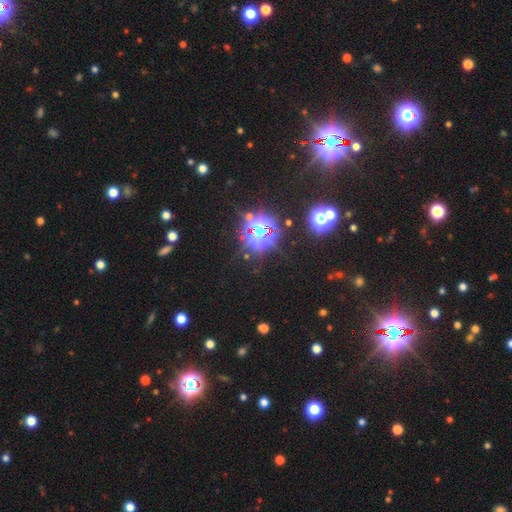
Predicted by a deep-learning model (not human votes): Smooth or featured: star or artifact — 81% (smooth — 13%)